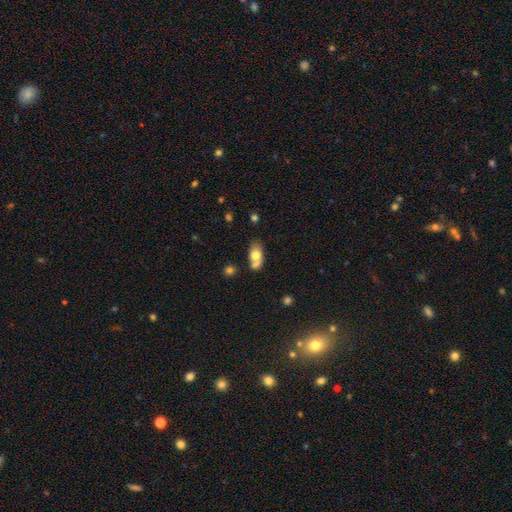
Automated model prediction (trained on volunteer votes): Smooth or featured?
  - smooth: 73% *
  - featured or disk: 19%
  - star or artifact: 8%
How rounded?
  - in between: 81% *
  - round: 15%
  - cigar-shaped: 4%
Merging?
  - merger: 42% *
  - none: 36%
  - minor disturbance: 15%
  - major disturbance: 7%